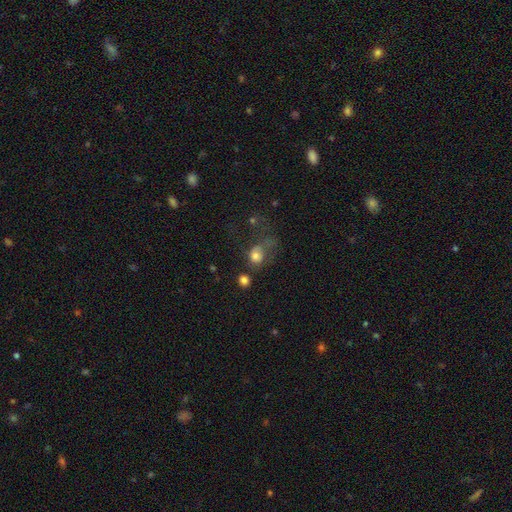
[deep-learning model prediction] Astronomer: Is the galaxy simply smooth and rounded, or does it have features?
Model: smooth — 72%.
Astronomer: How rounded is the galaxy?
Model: round — 65%.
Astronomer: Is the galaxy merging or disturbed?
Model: major disturbance — 35% (runner-up: none, 30%).